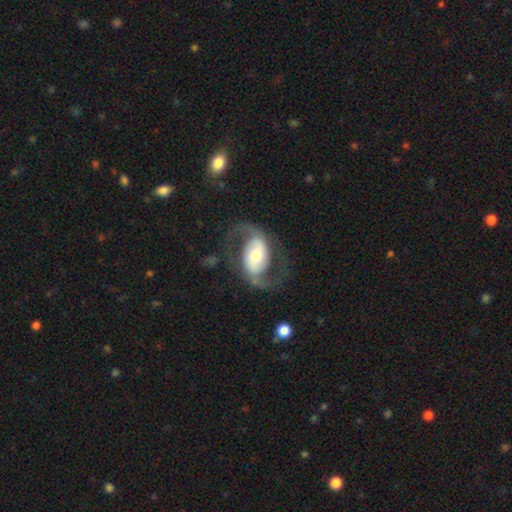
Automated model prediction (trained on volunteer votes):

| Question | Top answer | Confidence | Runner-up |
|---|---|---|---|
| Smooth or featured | featured or disk | 82% | smooth (13%) |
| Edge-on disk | no | 97% | yes (3%) |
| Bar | no | 34% | weak (33%) |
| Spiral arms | yes | 89% | no (11%) |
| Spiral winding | medium | 49% | loose (37%) |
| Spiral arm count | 2 | 92% | can't tell (3%) |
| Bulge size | moderate | 60% | small (18%) |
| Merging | none | 69% | major disturbance (15%) |